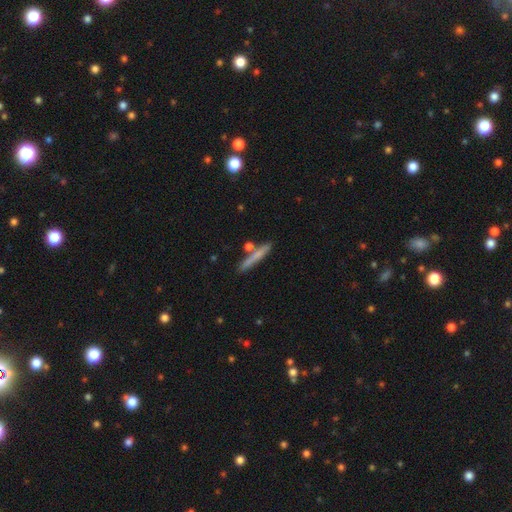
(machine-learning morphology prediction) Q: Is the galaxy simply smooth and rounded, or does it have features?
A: smooth — 65%.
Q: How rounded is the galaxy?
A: cigar-shaped — 94%.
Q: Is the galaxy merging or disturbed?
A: none — 79%.